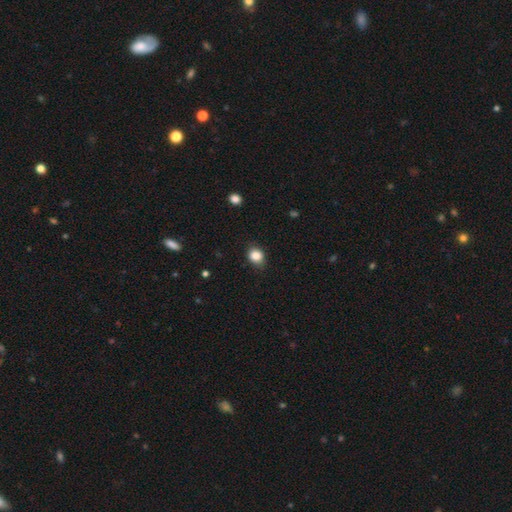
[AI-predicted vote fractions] The model was most divided on "how rounded": round: 62%, in between: 37%, cigar-shaped: 1%. More confident: smooth or featured — smooth (85%); merging — none (81%).